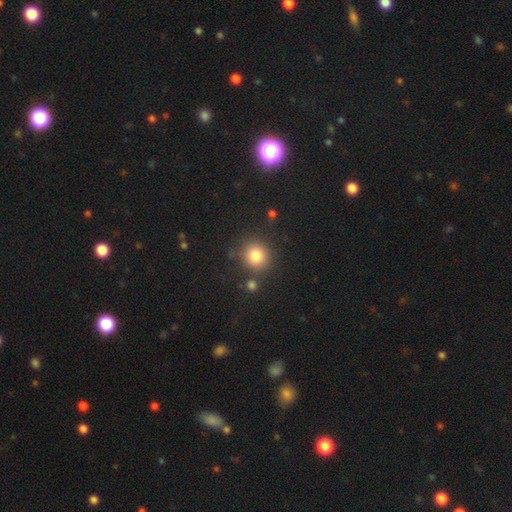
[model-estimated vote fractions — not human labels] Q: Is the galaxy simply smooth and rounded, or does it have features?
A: smooth — 83%.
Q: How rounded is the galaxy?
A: round — 87%.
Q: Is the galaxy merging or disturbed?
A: none — 79%.